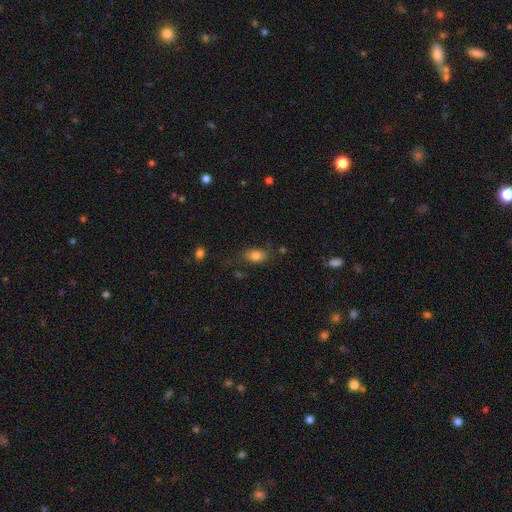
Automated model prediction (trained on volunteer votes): smooth 79%, featured or disk 11%, star or artifact 10%. Down the decision tree: how rounded — in between (86%); merging — none (70%).